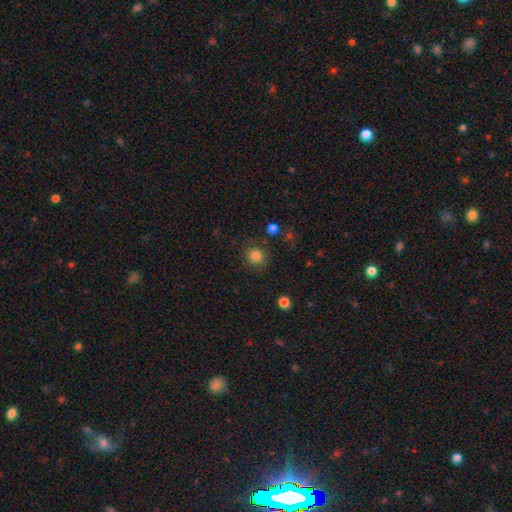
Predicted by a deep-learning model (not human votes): Q: Smooth or featured?
A: smooth (82%); runner-up: star or artifact (12%)
Q: How rounded?
A: round (85%); runner-up: in between (14%)
Q: Merging?
A: none (84%); runner-up: minor disturbance (10%)